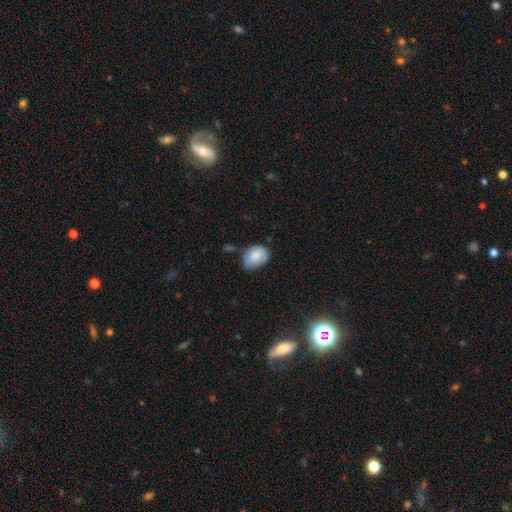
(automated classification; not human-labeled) Q: Smooth or featured?
A: smooth (85%); runner-up: featured or disk (8%)
Q: How rounded?
A: in between (74%); runner-up: round (25%)
Q: Merging?
A: none (56%); runner-up: minor disturbance (33%)